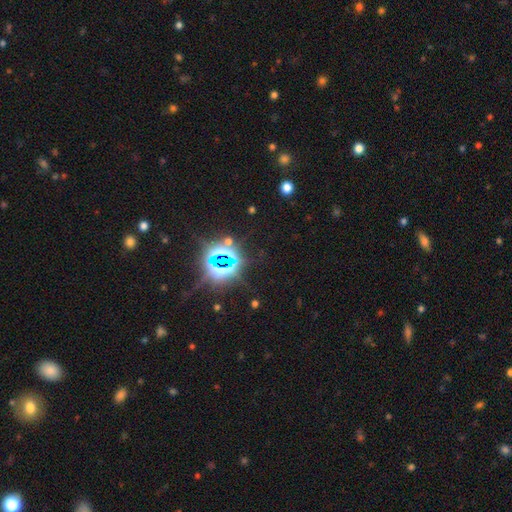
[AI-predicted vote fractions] A star or artifact, not a galaxy (83%).

Vote fractions:
- Smooth or featured? star or artifact: 83% / smooth: 10% / featured or disk: 7%